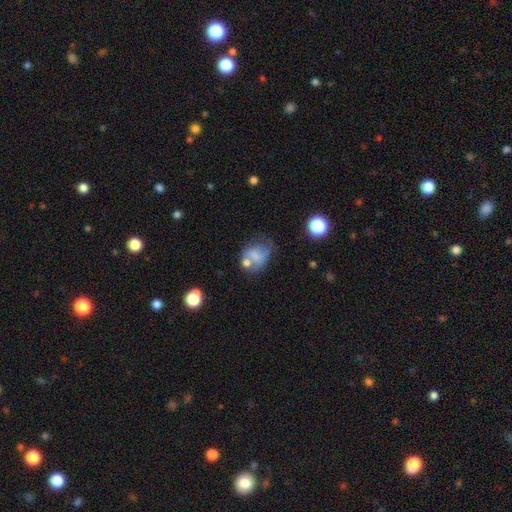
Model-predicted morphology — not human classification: Smooth or featured? Predicted: smooth (p=0.54). How rounded? Predicted: in between (p=0.57). Merging? Predicted: none (p=0.30).